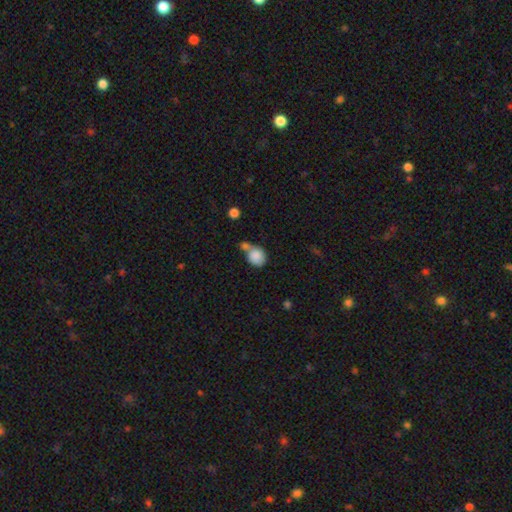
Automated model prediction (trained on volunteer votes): Smooth or featured?
  - smooth: 86% *
  - star or artifact: 8%
  - featured or disk: 7%
How rounded?
  - round: 73% *
  - in between: 26%
  - cigar-shaped: 1%
Merging?
  - merger: 44% *
  - none: 35%
  - minor disturbance: 14%
  - major disturbance: 7%